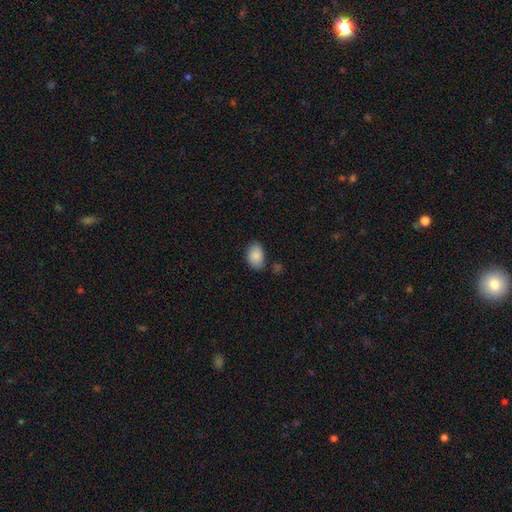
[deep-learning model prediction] Morphology: type=smooth (87%); roundness=in between (83%); merging=none (69%).